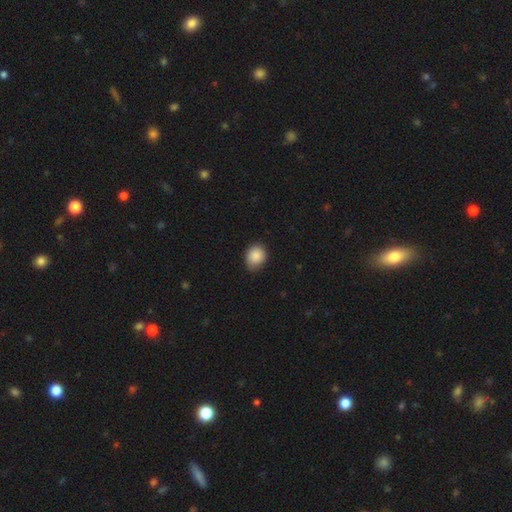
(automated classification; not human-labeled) Smooth or featured? Predicted: smooth (p=0.87). How rounded? Predicted: round (p=0.65). Merging? Predicted: none (p=0.74).